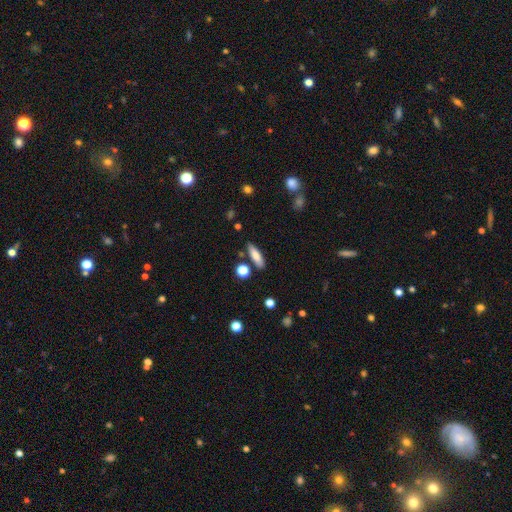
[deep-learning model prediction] A smooth galaxy with no disk features (78%) that is cigar-shaped (57%). Merging: none (81%).